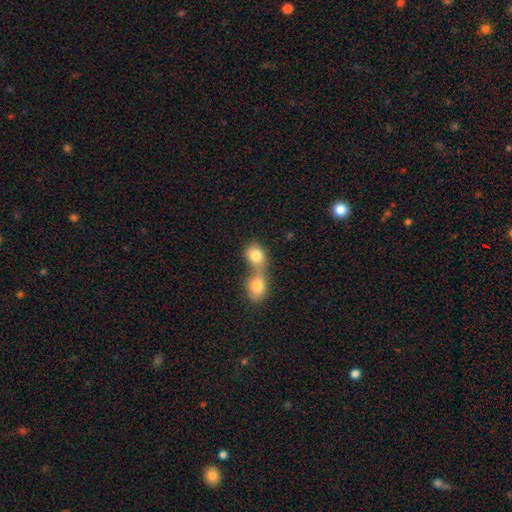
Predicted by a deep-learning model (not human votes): smooth-or-featured: smooth: 82% | featured or disk: 10% | star or artifact: 8%
  how-rounded: round: 65% | in between: 34% | cigar-shaped: 1%
  merging: merger: 72% | none: 20% | minor disturbance: 5% | major disturbance: 3%